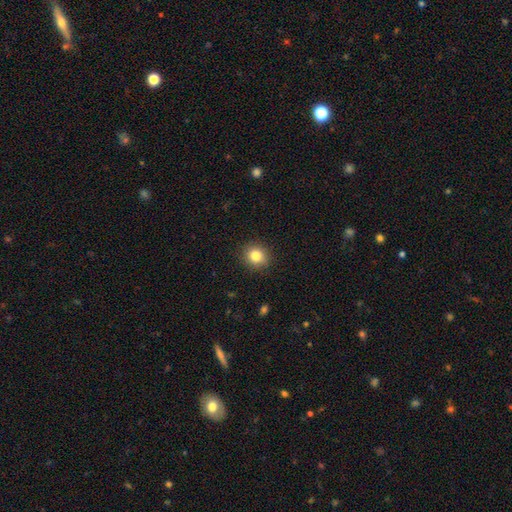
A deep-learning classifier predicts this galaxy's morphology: This is clearly a smooth galaxy (83%). How rounded: clearly round (82%). Merging: clearly none (90%).